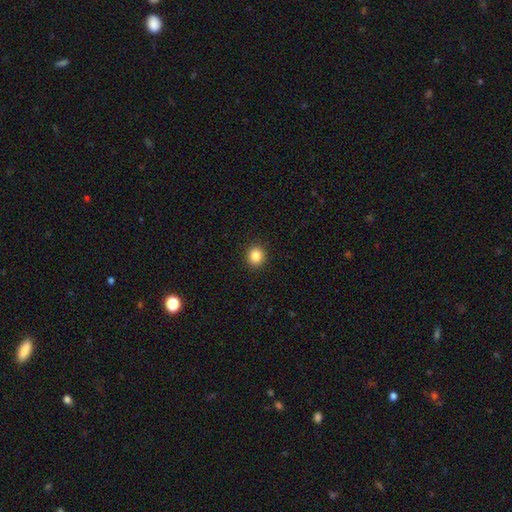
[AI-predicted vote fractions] Q: Smooth or featured?
A: smooth (86%); runner-up: star or artifact (10%)
Q: How rounded?
A: round (82%); runner-up: in between (17%)
Q: Merging?
A: none (92%); runner-up: minor disturbance (5%)